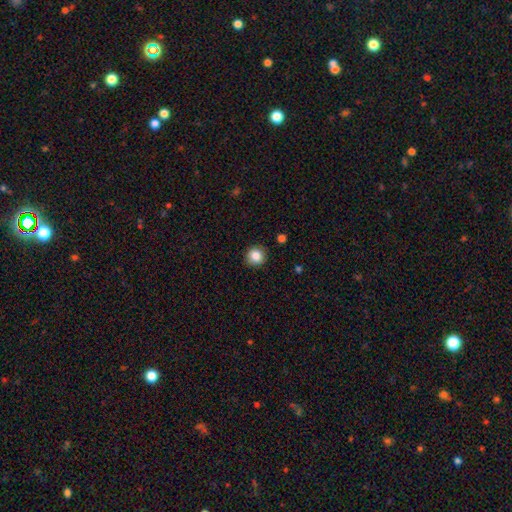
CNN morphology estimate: smooth-or-featured: smooth: 85% | star or artifact: 10% | featured or disk: 5%
  how-rounded: round: 92% | in between: 7% | cigar-shaped: 1%
  merging: none: 91% | minor disturbance: 6% | major disturbance: 2% | merger: 1%